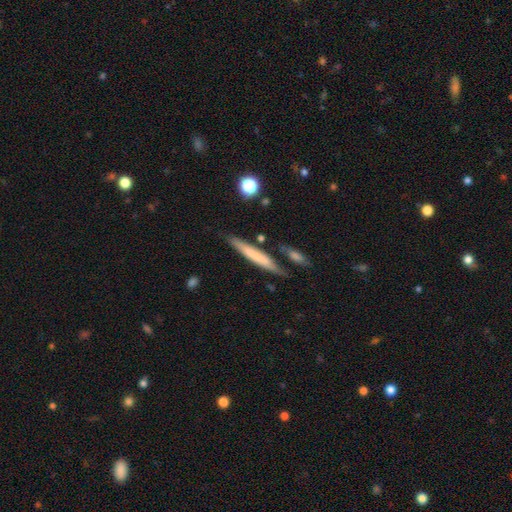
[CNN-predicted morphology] Smooth or featured? Predicted: smooth (p=0.61). How rounded? Predicted: cigar-shaped (p=0.94). Merging? Predicted: none (p=0.77).